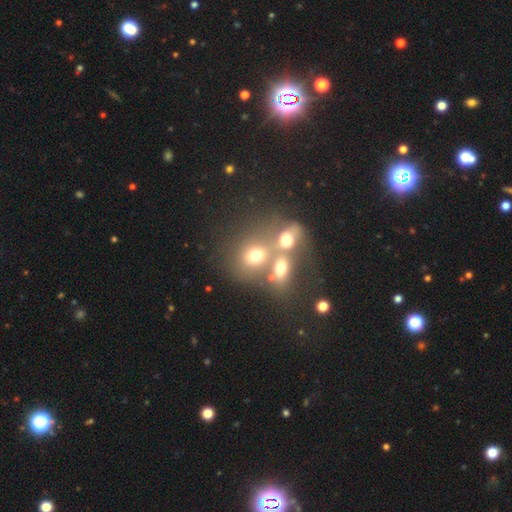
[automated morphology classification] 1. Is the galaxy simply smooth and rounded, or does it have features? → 63% smooth, 19% featured or disk, 18% star or artifact.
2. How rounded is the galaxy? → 62% round, 37% in between, 1% cigar-shaped.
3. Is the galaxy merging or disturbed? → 53% merger, 32% none, 8% minor disturbance, 7% major disturbance.